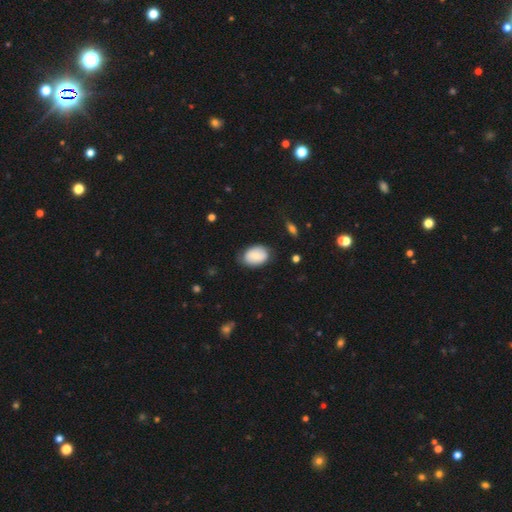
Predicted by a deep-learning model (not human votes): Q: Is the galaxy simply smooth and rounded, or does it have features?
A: smooth — 74%.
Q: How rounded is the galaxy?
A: in between — 81%.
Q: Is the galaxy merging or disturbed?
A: none — 70%.